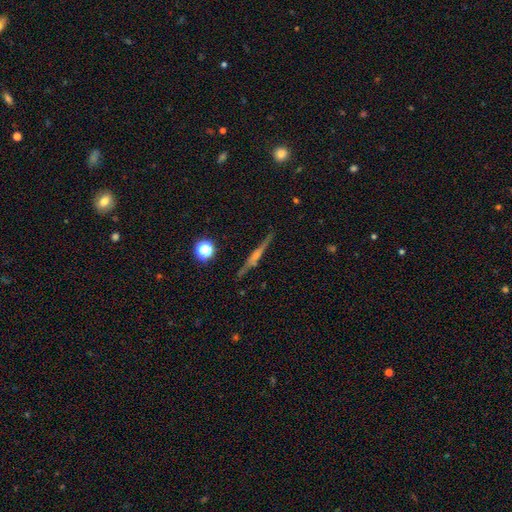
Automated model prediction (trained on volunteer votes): Smooth or featured?
  - featured or disk: 74% *
  - smooth: 16%
  - star or artifact: 9%
Edge-on disk?
  - yes: 98% *
  - no: 2%
Edge-on bulge?
  - rounded: 74% *
  - none: 17%
  - boxy: 10%
Merging?
  - none: 89% *
  - minor disturbance: 7%
  - major disturbance: 2%
  - merger: 2%